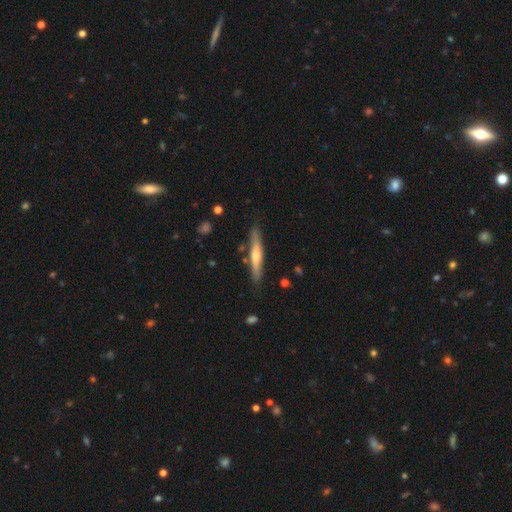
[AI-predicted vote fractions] Smooth or featured? featured or disk (56%)
Edge-on disk? yes (94%)
Edge-on bulge? rounded (79%)
Merging? none (85%)